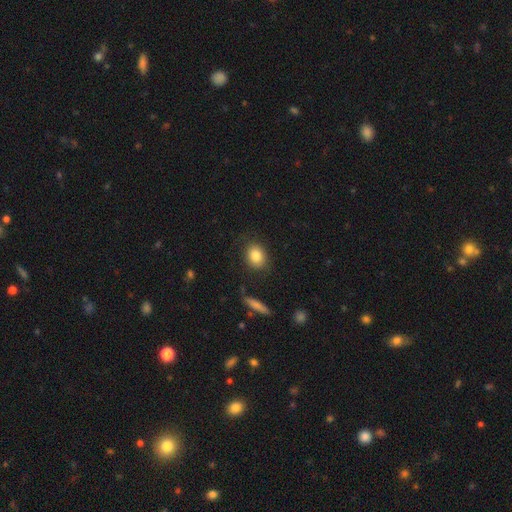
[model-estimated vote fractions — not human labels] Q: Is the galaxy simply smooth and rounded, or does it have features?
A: smooth — 83%.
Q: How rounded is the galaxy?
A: round — 53%.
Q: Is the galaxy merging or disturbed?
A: none — 83%.